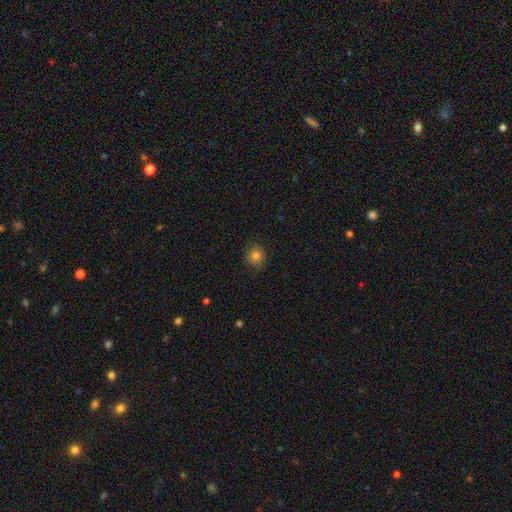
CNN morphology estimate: smooth 81%, star or artifact 11%, featured or disk 8%. Down the decision tree: how rounded — round (80%); merging — none (85%).